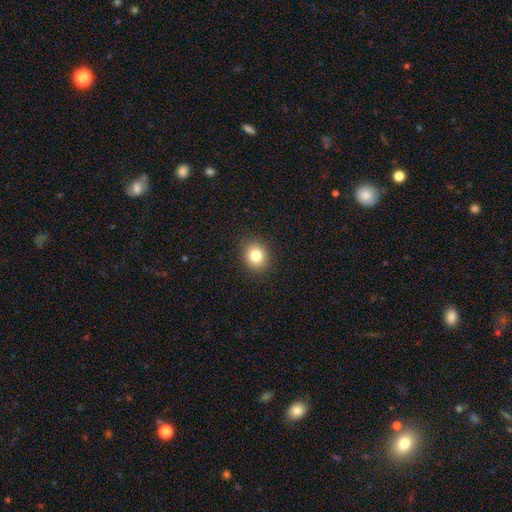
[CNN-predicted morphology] Smooth or featured? Predicted: smooth (p=0.82). How rounded? Predicted: round (p=0.77). Merging? Predicted: none (p=0.91).